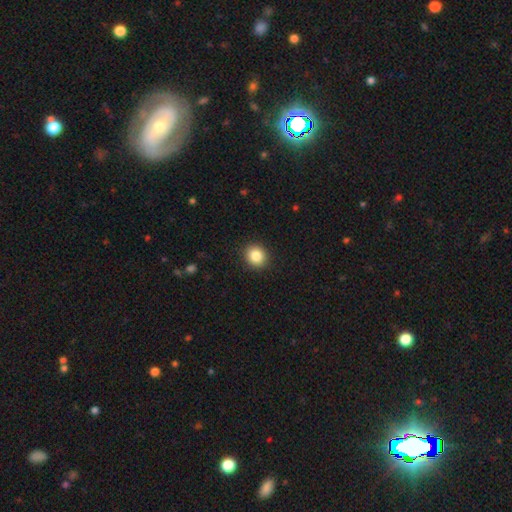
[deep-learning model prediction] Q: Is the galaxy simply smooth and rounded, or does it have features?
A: smooth — 86%.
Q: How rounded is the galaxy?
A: round — 81%.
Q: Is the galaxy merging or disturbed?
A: none — 91%.